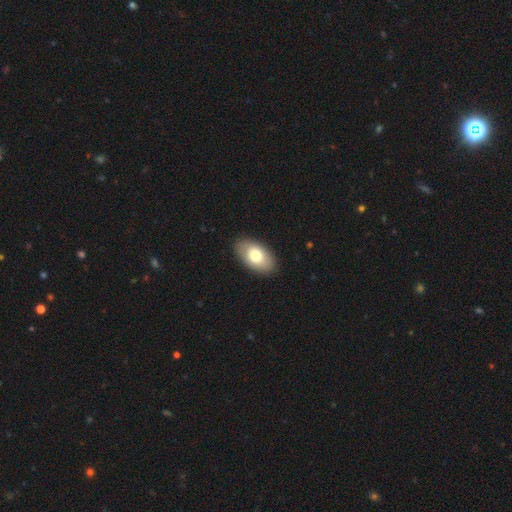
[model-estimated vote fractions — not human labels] A smooth galaxy with no disk features (75%) that is in between round and cigar-shaped (93%).

Vote fractions:
- Smooth or featured? smooth: 75% / featured or disk: 19% / star or artifact: 6%
- How rounded? in between: 93% / round: 6% / cigar-shaped: 1%
- Merging? none: 87% / minor disturbance: 9% / major disturbance: 2% / merger: 1%